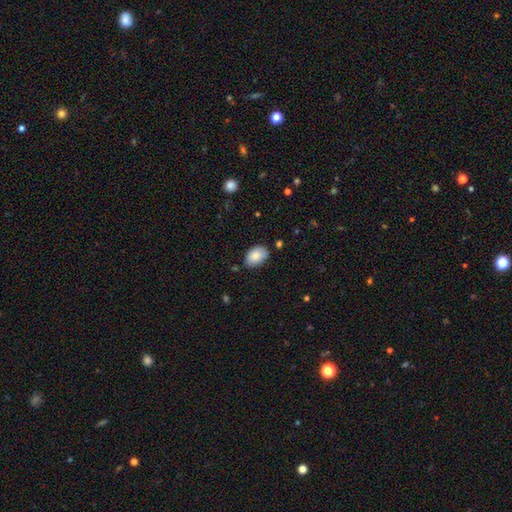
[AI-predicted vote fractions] smooth-or-featured: smooth: 86% | featured or disk: 7% | star or artifact: 7%
  how-rounded: in between: 89% | round: 10% | cigar-shaped: 1%
  merging: none: 75% | minor disturbance: 20% | major disturbance: 3% | merger: 2%